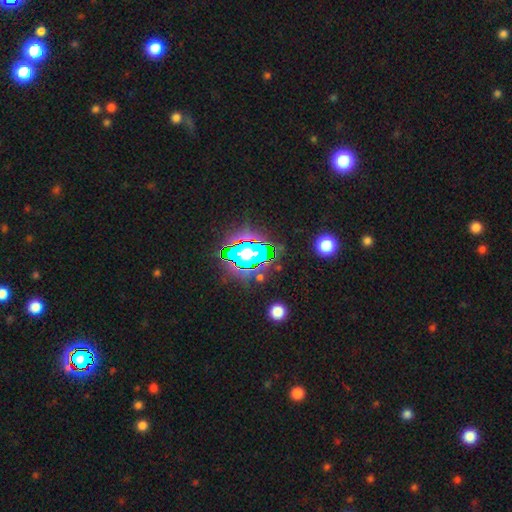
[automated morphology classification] A star or artifact, not a galaxy (62%).